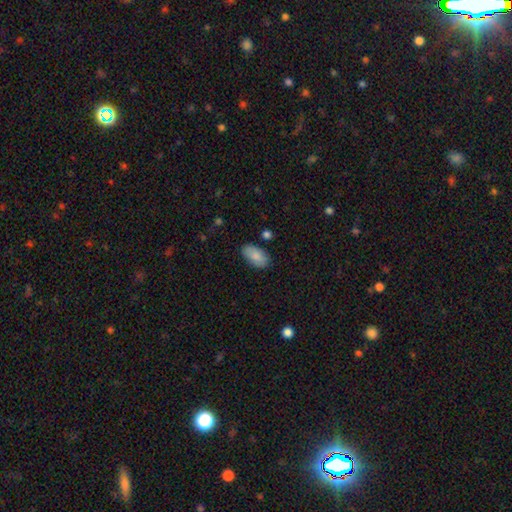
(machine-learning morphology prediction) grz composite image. It shows a smooth galaxy with no disk features (86%) that is in between round and cigar-shaped (94%). Merging: none (81%).